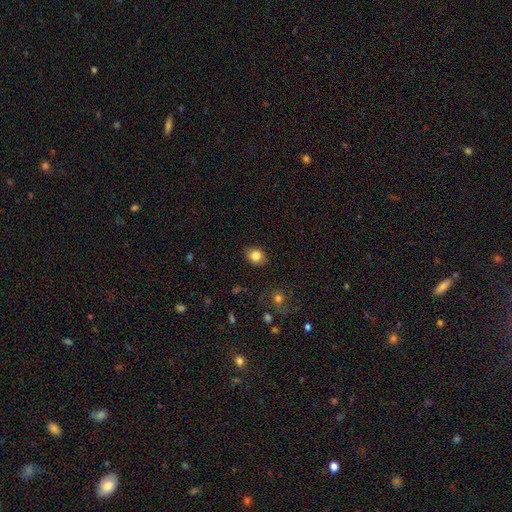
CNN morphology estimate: smooth 84%, star or artifact 9%, featured or disk 7%. Down the decision tree: how rounded — round (52%); merging — none (86%).